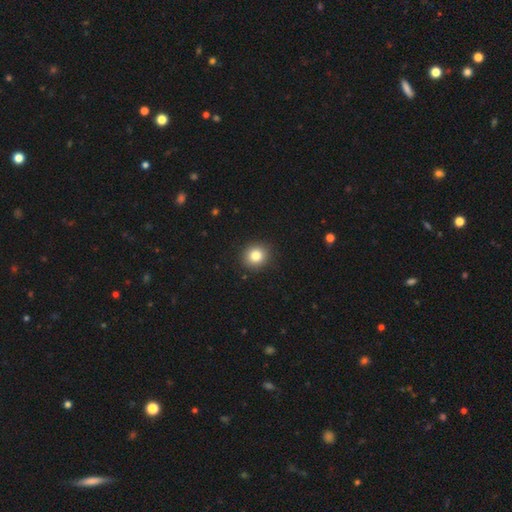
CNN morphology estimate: smooth_or_featured: smooth (p=0.82) [alt: star or artifact p=0.11]
how_rounded: round (p=0.87) [alt: in between p=0.13]
merging: none (p=0.91) [alt: minor disturbance p=0.06]